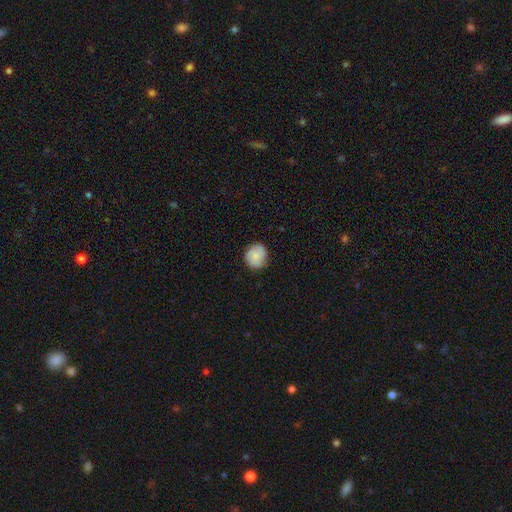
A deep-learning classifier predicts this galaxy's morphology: Smooth or featured?
  - smooth: 81% *
  - featured or disk: 12%
  - star or artifact: 7%
How rounded?
  - round: 83% *
  - in between: 16%
  - cigar-shaped: 1%
Merging?
  - none: 82% *
  - minor disturbance: 14%
  - major disturbance: 3%
  - merger: 1%